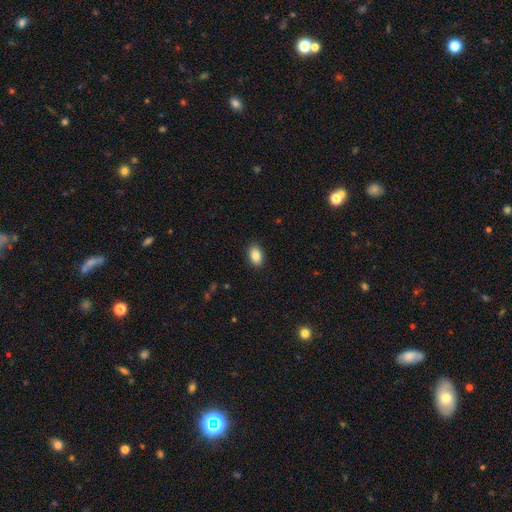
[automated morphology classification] A smooth galaxy with no disk features (86%) that is in between round and cigar-shaped (87%). Merging: none (89%).